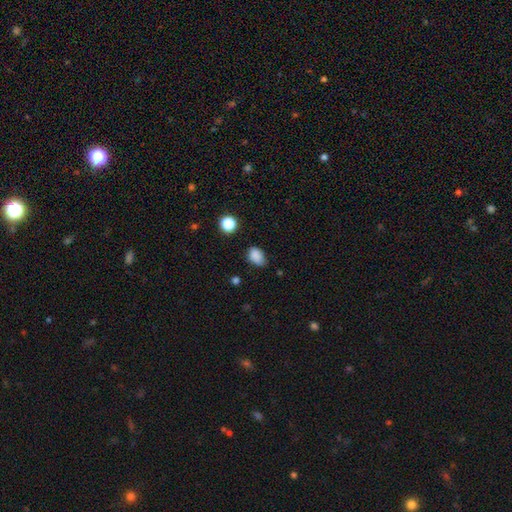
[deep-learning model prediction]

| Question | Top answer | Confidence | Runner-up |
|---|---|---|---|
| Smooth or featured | smooth | 85% | star or artifact (11%) |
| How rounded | in between | 78% | round (21%) |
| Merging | none | 62% | minor disturbance (30%) |